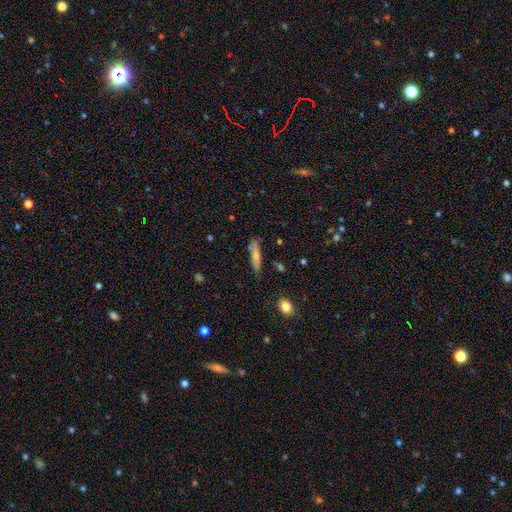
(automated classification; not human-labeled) Smooth or featured: smooth — 74% (featured or disk — 19%)
How rounded: cigar-shaped — 80% (in between — 18%)
Merging: none — 71% (minor disturbance — 21%)